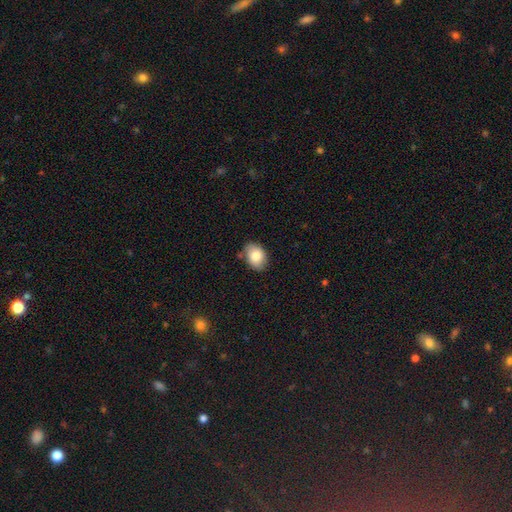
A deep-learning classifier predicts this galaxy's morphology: Overall: smooth (82%). How rounded: in between (77%). Merging: none (80%).